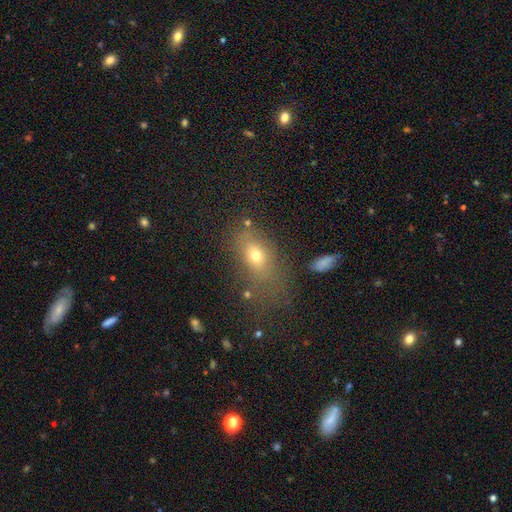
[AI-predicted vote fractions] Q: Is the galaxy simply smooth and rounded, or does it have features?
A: smooth — 67%.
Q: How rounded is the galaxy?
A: in between — 76%.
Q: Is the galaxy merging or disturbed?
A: none — 58%.